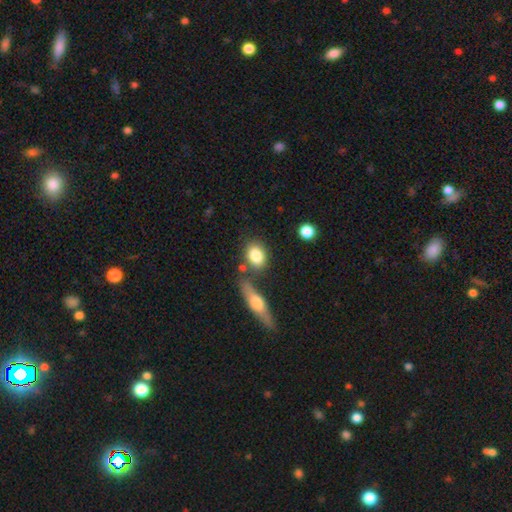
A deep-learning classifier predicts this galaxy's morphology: This is clearly a smooth galaxy (81%). How rounded: likely in between (60%). Merging: likely none (65%).